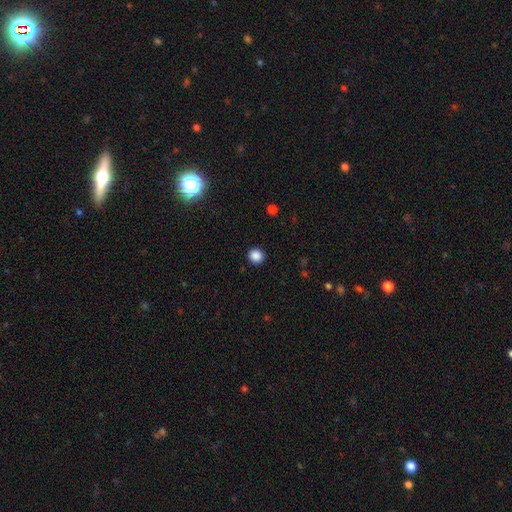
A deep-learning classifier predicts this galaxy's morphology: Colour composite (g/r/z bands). It shows a smooth galaxy with no disk features (87%) that is round (92%). Merging: none (93%).